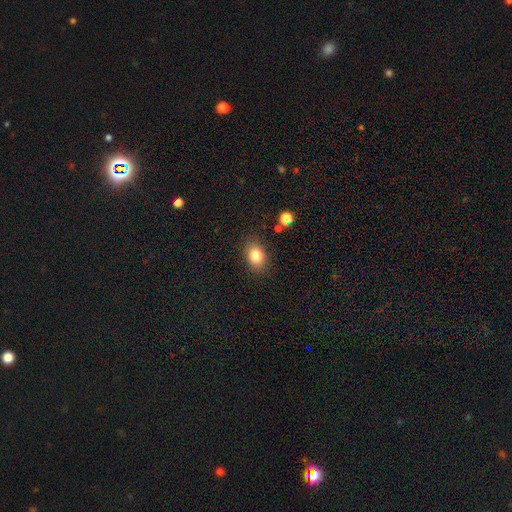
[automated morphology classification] smooth 82%, star or artifact 10%, featured or disk 8%. Down the decision tree: how rounded — in between (69%); merging — none (83%).